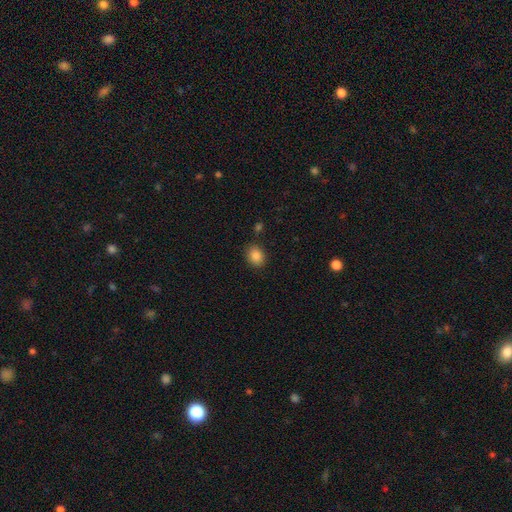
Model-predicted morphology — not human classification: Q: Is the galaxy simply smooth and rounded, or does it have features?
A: smooth — 86%.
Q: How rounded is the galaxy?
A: round — 50%.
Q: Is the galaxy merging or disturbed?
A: none — 86%.